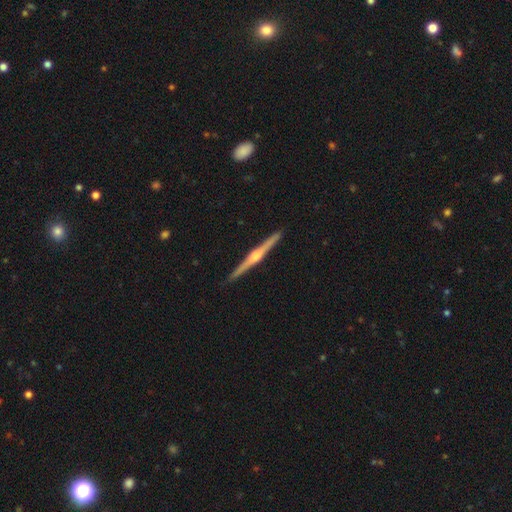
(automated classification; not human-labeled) Morphology: type=featured or disk (84%); edge-on=yes (99%); edge-on bulge=rounded (86%); merging=none (92%).